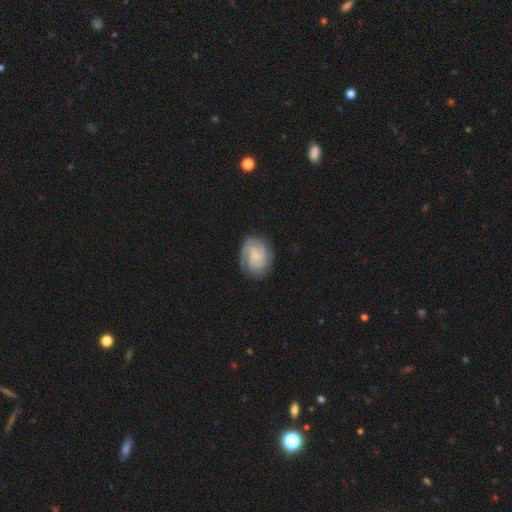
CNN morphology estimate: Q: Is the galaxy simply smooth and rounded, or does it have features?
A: featured or disk — 78%.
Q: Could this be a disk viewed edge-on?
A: no — 98%.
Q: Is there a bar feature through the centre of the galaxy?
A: no — 64%.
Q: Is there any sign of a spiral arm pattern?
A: yes — 96%.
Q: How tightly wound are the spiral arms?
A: tight — 62%.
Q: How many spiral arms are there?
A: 3 — 28%.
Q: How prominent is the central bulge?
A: small — 58%.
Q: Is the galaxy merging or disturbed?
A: none — 76%.